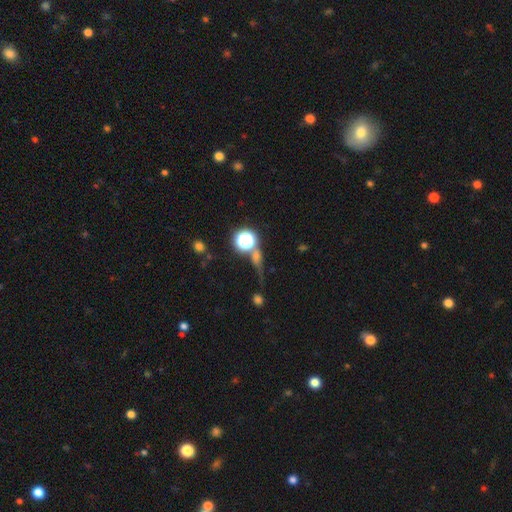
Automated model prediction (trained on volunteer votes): Overall: star or artifact (43%; smooth 38%).